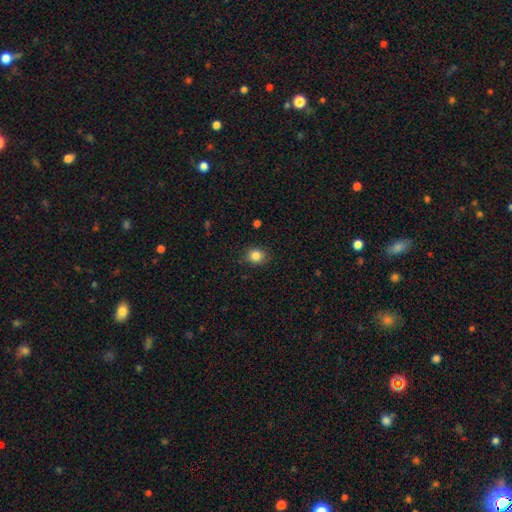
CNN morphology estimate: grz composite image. It shows a smooth galaxy with no disk features (85%) that is round (72%). Merging: none (87%).